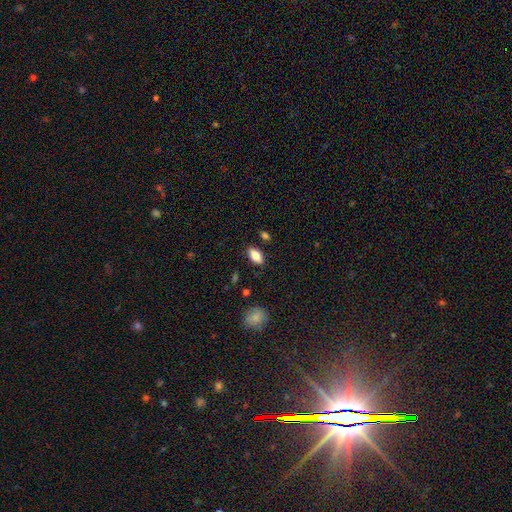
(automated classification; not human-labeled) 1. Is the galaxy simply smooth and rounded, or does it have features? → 83% smooth, 9% featured or disk, 8% star or artifact.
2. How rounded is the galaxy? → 91% in between, 5% cigar-shaped, 4% round.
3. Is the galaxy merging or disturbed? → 86% none, 9% minor disturbance, 2% major disturbance, 2% merger.